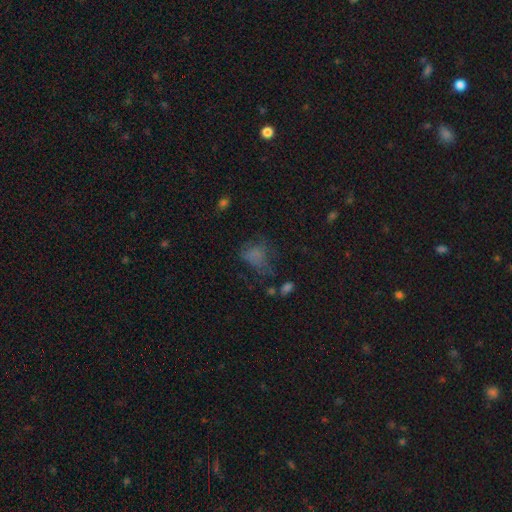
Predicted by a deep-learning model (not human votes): This is likely a smooth galaxy (60%). How rounded: likely in between (61%). Merging: marginally none (36%).